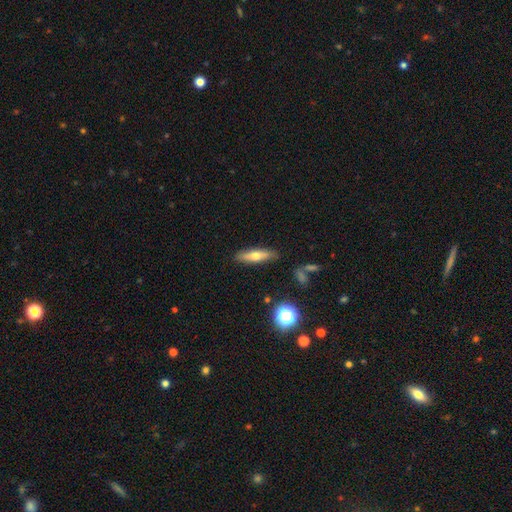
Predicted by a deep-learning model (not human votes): This appears to be a smooth galaxy with no disk features (55%) that is cigar-shaped (70%). Merging: none (85%).